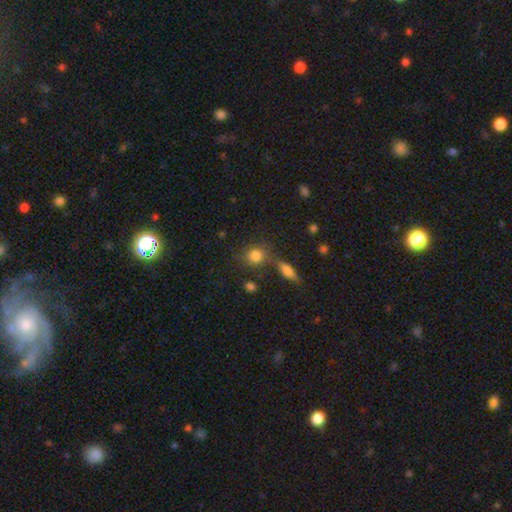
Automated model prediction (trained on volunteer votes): A smooth galaxy with no disk features (81%) that is round (77%). Merging: none (67%).